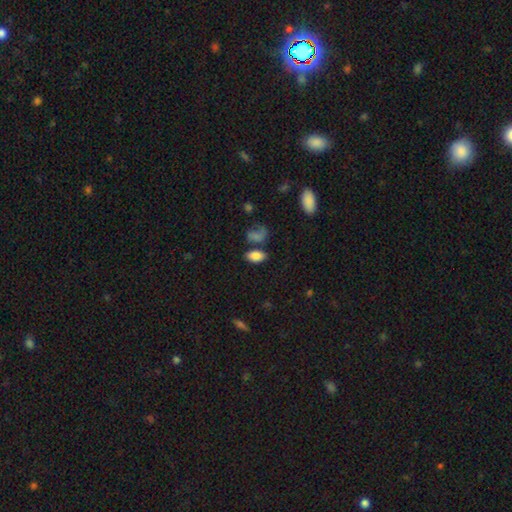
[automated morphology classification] smooth 83%, star or artifact 9%, featured or disk 7%. Down the decision tree: how rounded — in between (92%); merging — none (65%).